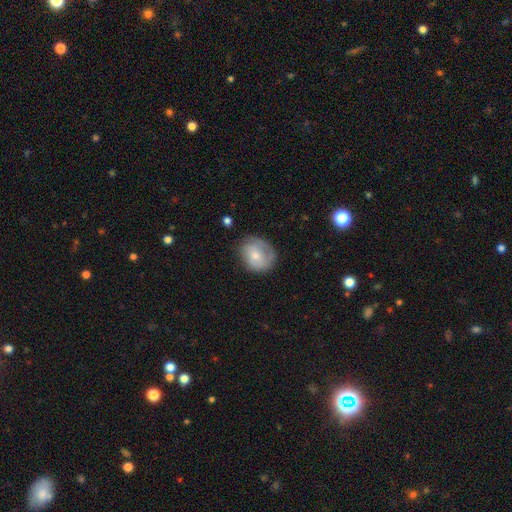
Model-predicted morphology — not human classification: Smooth or featured? Predicted: smooth (p=0.56). How rounded? Predicted: round (p=0.64). Merging? Predicted: none (p=0.62).